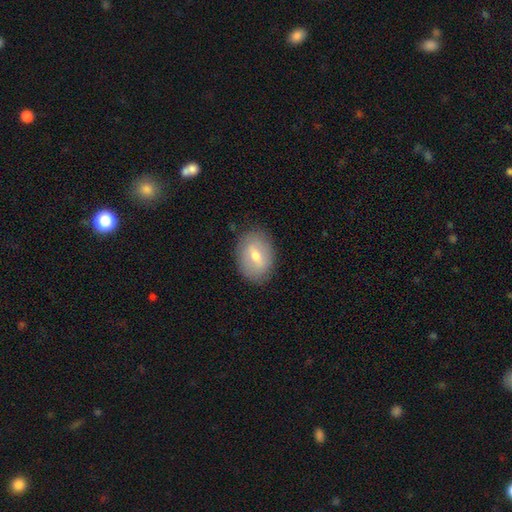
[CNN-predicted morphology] Smooth or featured? Predicted: smooth (p=0.52). How rounded? Predicted: in between (p=0.75). Merging? Predicted: none (p=0.83).